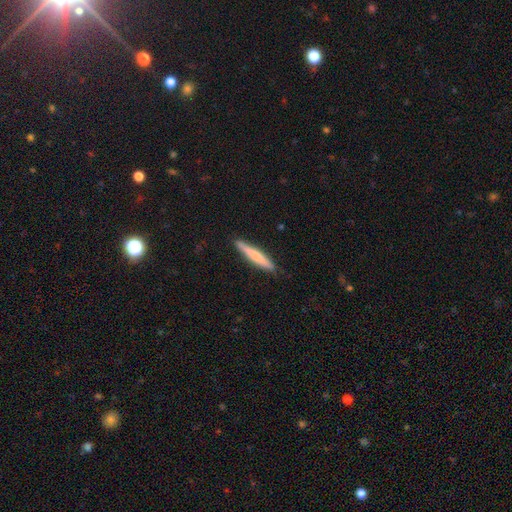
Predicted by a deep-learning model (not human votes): Overall: smooth (65%; featured or disk 30%). How rounded: cigar-shaped (94%). Merging: none (89%).